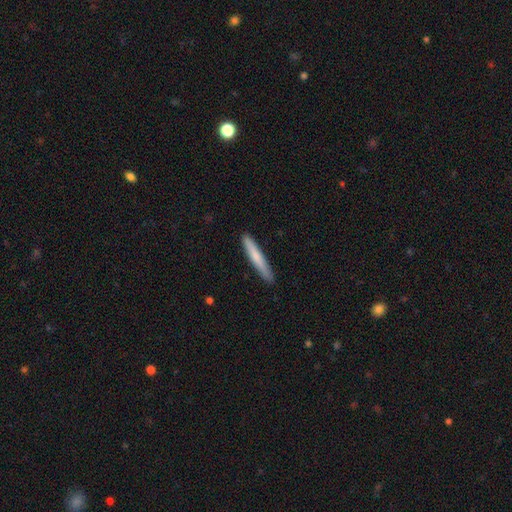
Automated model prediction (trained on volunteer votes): Smooth or featured: smooth — 71% (featured or disk — 23%)
How rounded: cigar-shaped — 95% (in between — 4%)
Merging: none — 90% (minor disturbance — 8%)